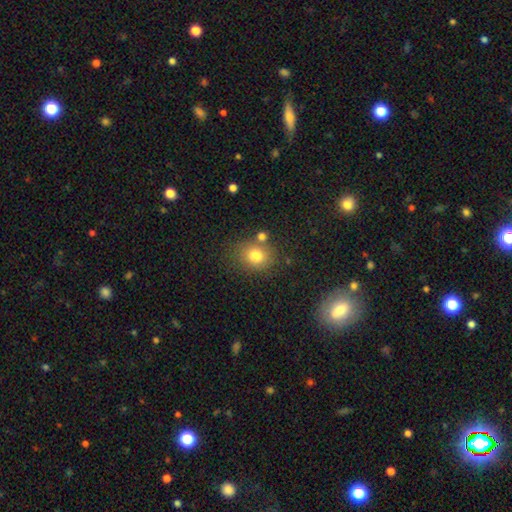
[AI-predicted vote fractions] The model was most divided on "how rounded": round: 75%, in between: 24%, cigar-shaped: 1%. More confident: smooth or featured — smooth (79%); merging — none (72%).